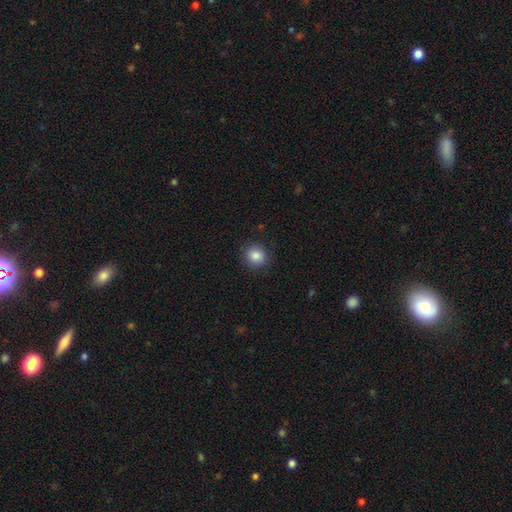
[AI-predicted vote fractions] The model was most divided on "smooth or featured": smooth: 85%, star or artifact: 10%, featured or disk: 5%. More confident: merging — none (89%); how rounded — round (89%).